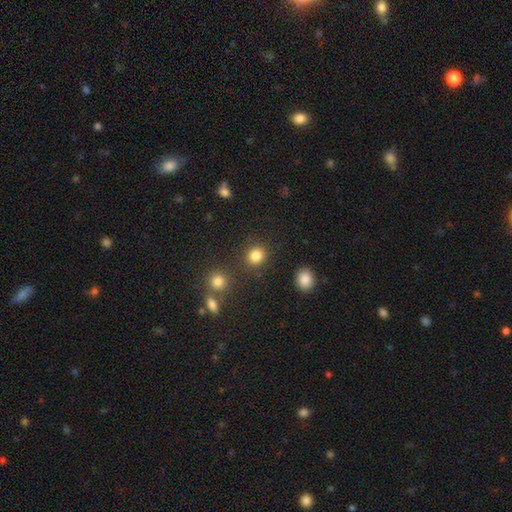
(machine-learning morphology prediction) A smooth galaxy with no disk features (84%) that is round (79%).

Vote fractions:
- Smooth or featured? smooth: 84% / star or artifact: 12% / featured or disk: 5%
- How rounded? round: 79% / in between: 20% / cigar-shaped: 1%
- Merging? none: 83% / minor disturbance: 8% / merger: 5% / major disturbance: 4%